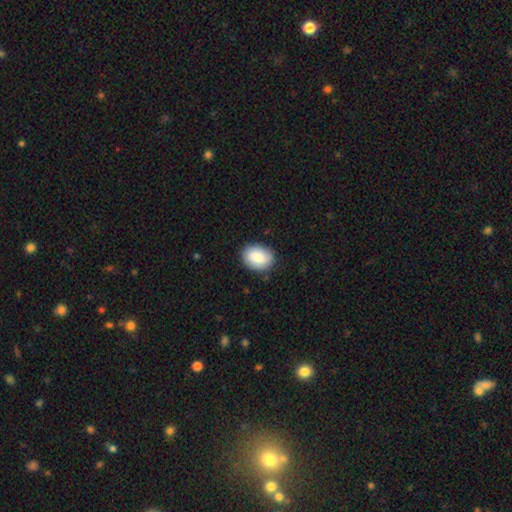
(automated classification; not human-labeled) Smooth or featured? smooth (85%)
How rounded? in between (72%)
Merging? none (85%)